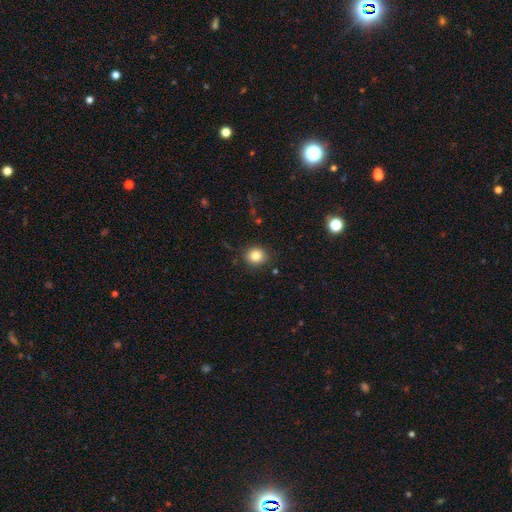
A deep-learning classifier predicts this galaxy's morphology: This is clearly a smooth galaxy (82%). How rounded: clearly round (82%). Merging: clearly none (88%).